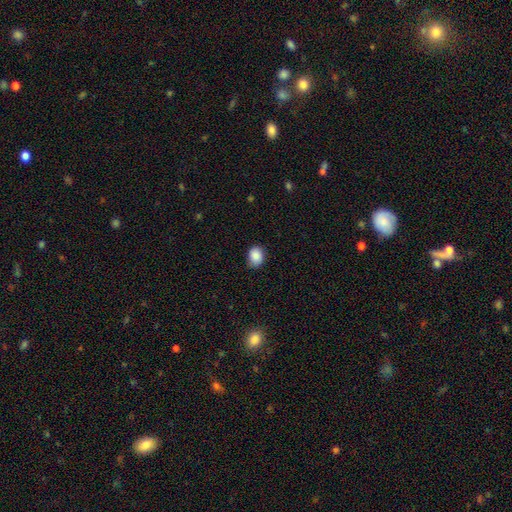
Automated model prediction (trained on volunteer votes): smooth_or_featured: smooth (p=0.86) [alt: star or artifact p=0.09]
how_rounded: round (p=0.50) [alt: in between p=0.49]
merging: none (p=0.79) [alt: minor disturbance p=0.18]